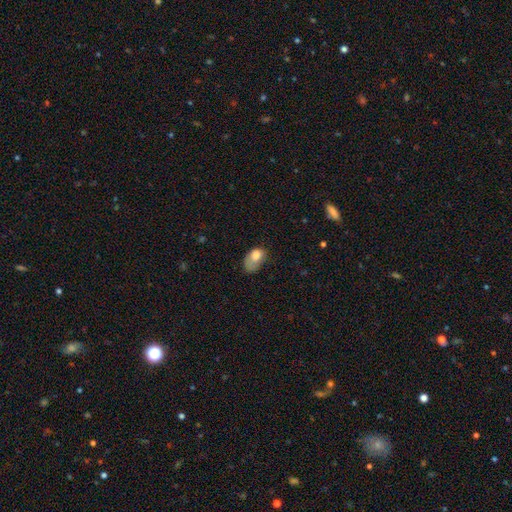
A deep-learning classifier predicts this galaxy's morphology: Smooth or featured? smooth (74%)
How rounded? in between (86%)
Merging? major disturbance (36%)